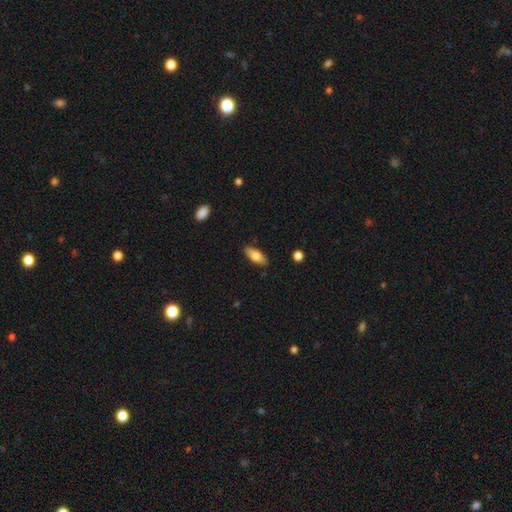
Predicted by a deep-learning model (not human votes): Smooth or featured? smooth (72%)
How rounded? in between (74%)
Merging? none (86%)